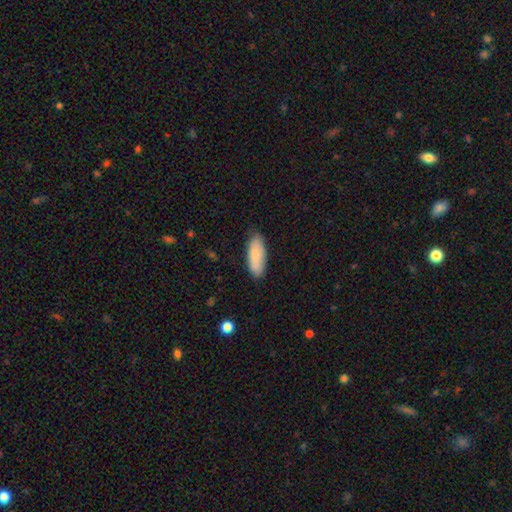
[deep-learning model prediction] Smooth or featured? smooth (81%)
How rounded? in between (72%)
Merging? none (80%)